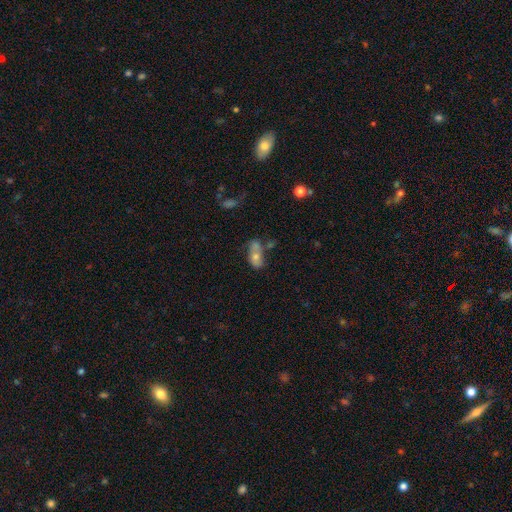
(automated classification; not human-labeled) The model was most divided on "merging": merger: 35%, none: 33%, minor disturbance: 21%, major disturbance: 11%. More confident: how rounded — in between (85%); smooth or featured — smooth (62%).